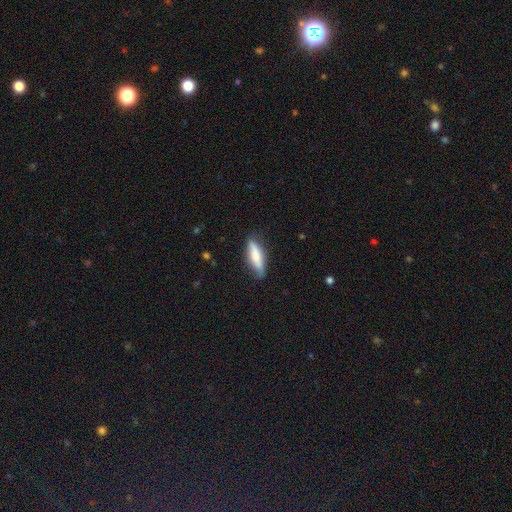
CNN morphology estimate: This is likely a smooth galaxy (68%). How rounded: likely cigar-shaped (65%). Merging: clearly none (80%).